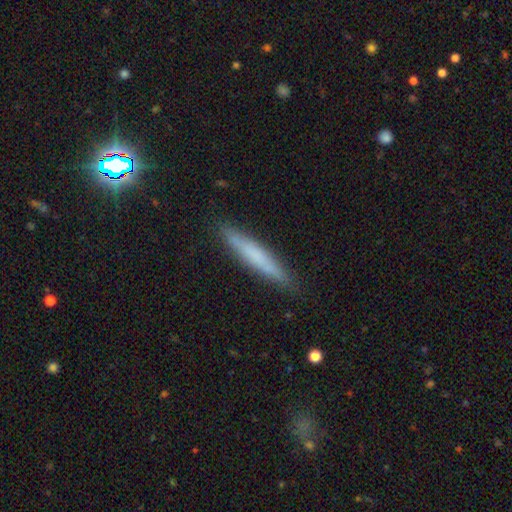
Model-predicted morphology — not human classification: Smooth or featured? Predicted: smooth (p=0.59). How rounded? Predicted: cigar-shaped (p=0.94). Merging? Predicted: none (p=0.89).